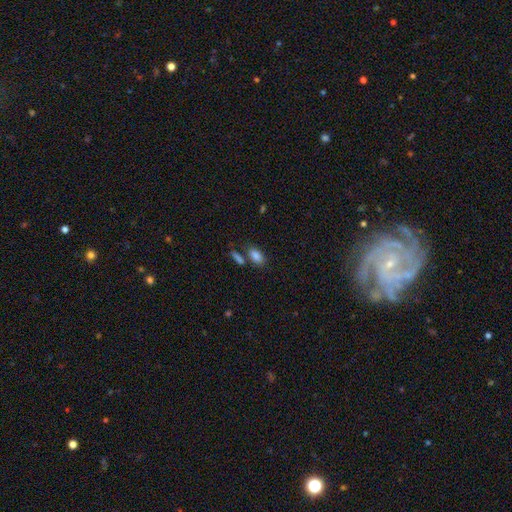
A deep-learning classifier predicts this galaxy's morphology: A smooth galaxy with no disk features (85%) that is in between round and cigar-shaped (89%).

Vote fractions:
- Smooth or featured? smooth: 85% / star or artifact: 8% / featured or disk: 6%
- How rounded? in between: 89% / cigar-shaped: 6% / round: 5%
- Merging? none: 65% / merger: 19% / minor disturbance: 12% / major disturbance: 4%